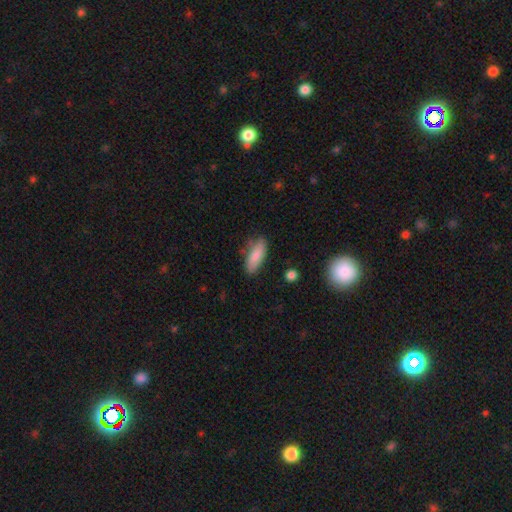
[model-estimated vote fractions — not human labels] This appears to be a smooth galaxy with no disk features (81%) that is in between round and cigar-shaped (75%). Merging: none (71%).